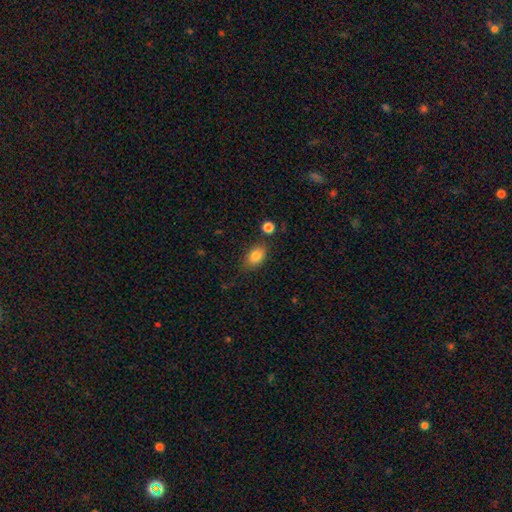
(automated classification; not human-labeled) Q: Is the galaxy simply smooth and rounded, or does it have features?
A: smooth — 84%.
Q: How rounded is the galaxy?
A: in between — 83%.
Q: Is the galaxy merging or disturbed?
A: none — 77%.